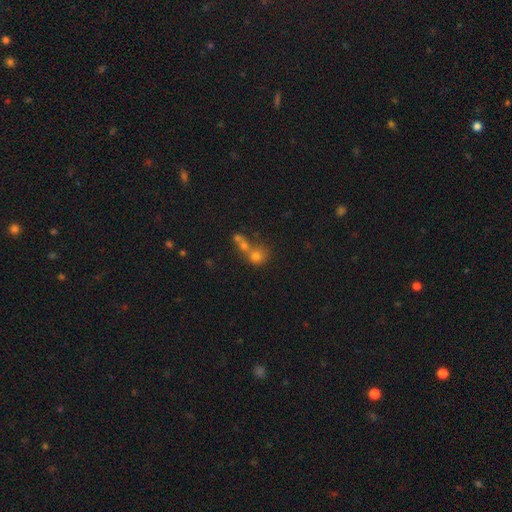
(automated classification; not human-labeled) This is likely a smooth galaxy (67%). How rounded: clearly round (80%). Merging: possibly merger (57%).